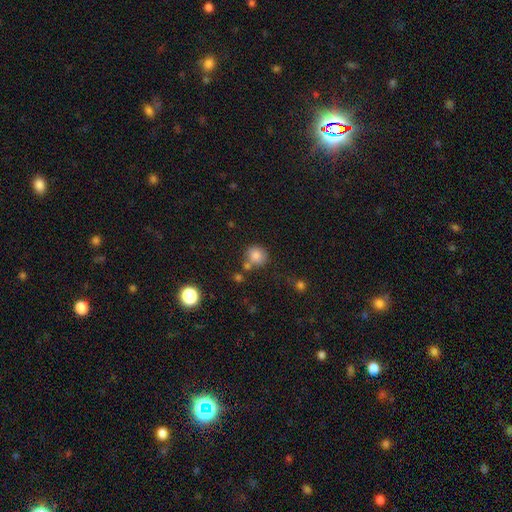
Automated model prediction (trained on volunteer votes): A smooth galaxy with no disk features (81%) that is round (87%).

Vote fractions:
- Smooth or featured? smooth: 81% / star or artifact: 11% / featured or disk: 7%
- How rounded? round: 87% / in between: 12% / cigar-shaped: 1%
- Merging? none: 65% / merger: 16% / minor disturbance: 14% / major disturbance: 5%